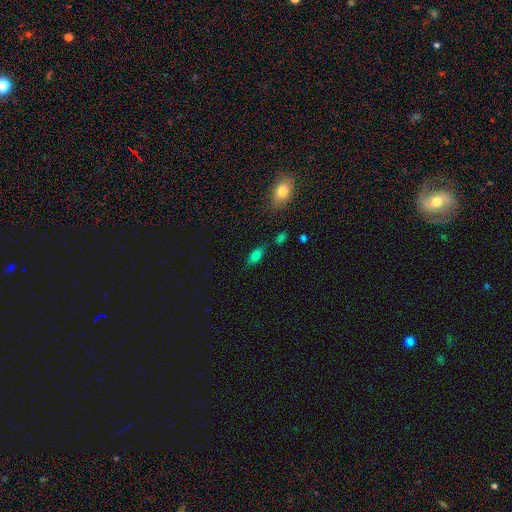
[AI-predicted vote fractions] This appears to be a smooth galaxy with no disk features (68%) that is in between round and cigar-shaped (75%). Merging: none (74%).